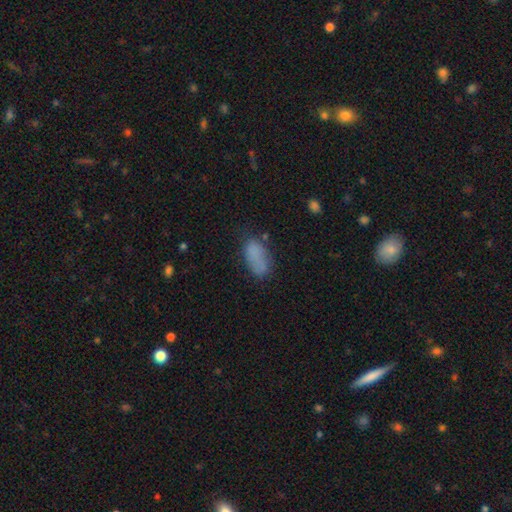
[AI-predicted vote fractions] A smooth galaxy with no disk features (78%) that is in between round and cigar-shaped (90%).

Vote fractions:
- Smooth or featured? smooth: 78% / featured or disk: 12% / star or artifact: 10%
- How rounded? in between: 90% / cigar-shaped: 6% / round: 4%
- Merging? none: 58% / minor disturbance: 26% / major disturbance: 11% / merger: 6%